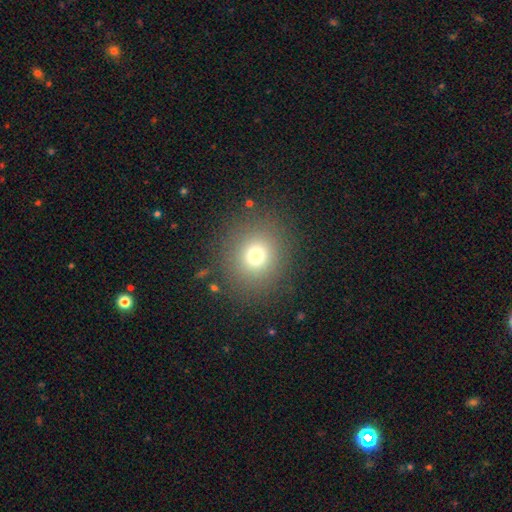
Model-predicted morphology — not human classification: Q: Smooth or featured?
A: smooth (73%); runner-up: star or artifact (17%)
Q: How rounded?
A: round (83%); runner-up: in between (16%)
Q: Merging?
A: none (86%); runner-up: minor disturbance (8%)